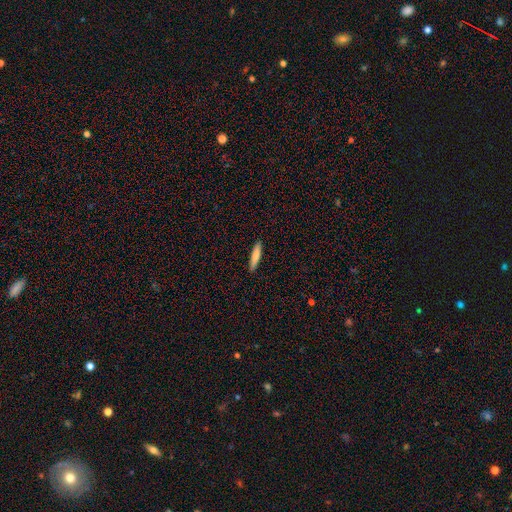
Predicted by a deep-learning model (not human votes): Morphology: type=smooth (79%); roundness=cigar-shaped (86%); merging=none (91%).